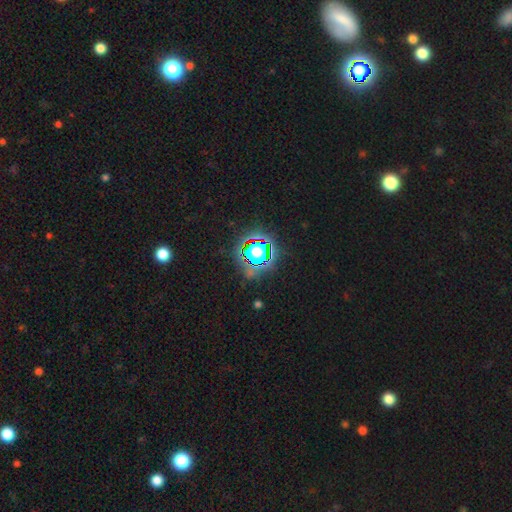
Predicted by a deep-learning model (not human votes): star or artifact 79%, smooth 13%, featured or disk 8%.